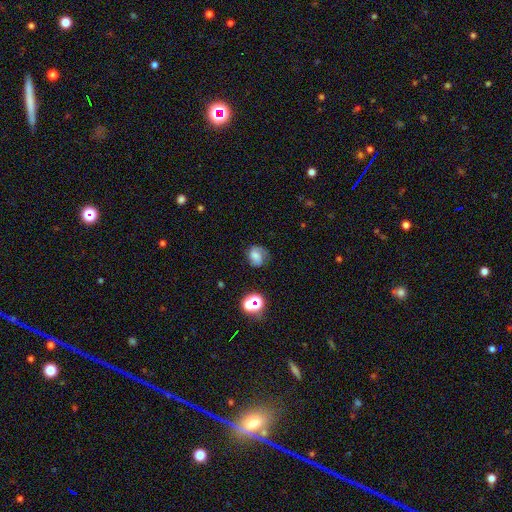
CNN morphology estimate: This appears to be a featured or disk galaxy (43%). Merging: none (61%).